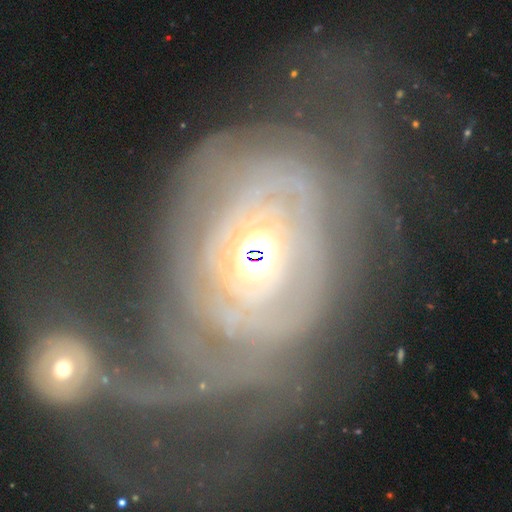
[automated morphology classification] This is clearly a featured or disk galaxy (84%). It is clearly not viewed edge-on (96%). Bar: likely no (67%). Spiral arm pattern: clearly yes (83%). Spiral arm count: possibly can't tell (49%). Spiral winding: likely tight (67%). Central bulge: possibly moderate (59%). Merging: marginally merger (36%).